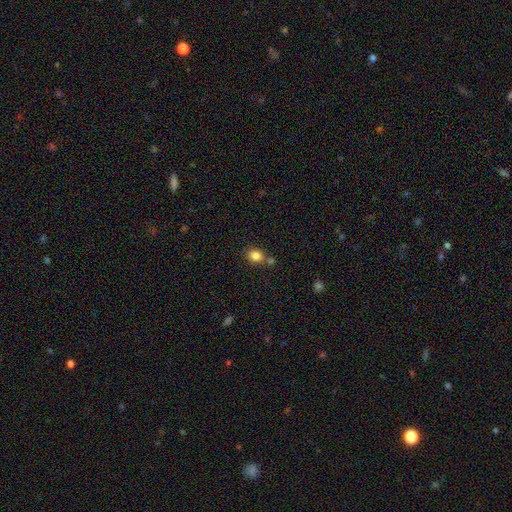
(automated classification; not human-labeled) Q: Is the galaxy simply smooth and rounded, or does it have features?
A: smooth — 84%.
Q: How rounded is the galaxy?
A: round — 57%.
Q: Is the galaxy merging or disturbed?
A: none — 67%.